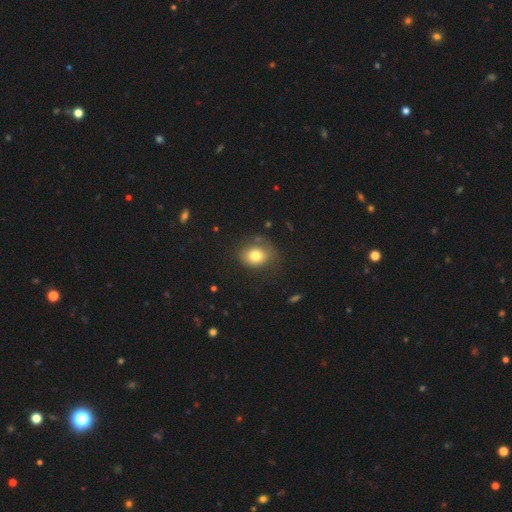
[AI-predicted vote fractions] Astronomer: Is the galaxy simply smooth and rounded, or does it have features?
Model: smooth — 77%.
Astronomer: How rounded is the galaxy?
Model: round — 57% (runner-up: in between, 42%).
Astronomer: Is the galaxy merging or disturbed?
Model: none — 70%.